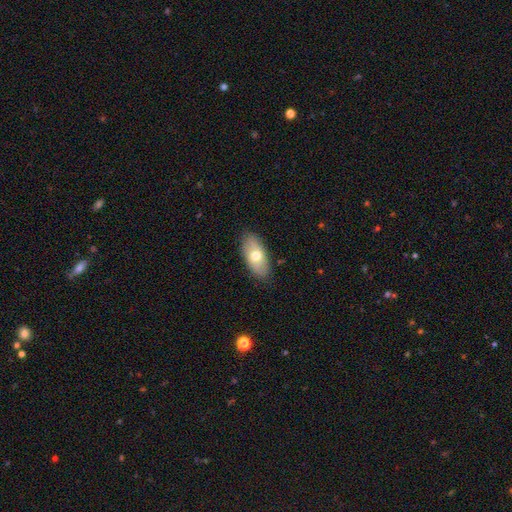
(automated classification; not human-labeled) Overall: smooth (64%; featured or disk 30%). How rounded: in between (90%). Merging: none (85%).